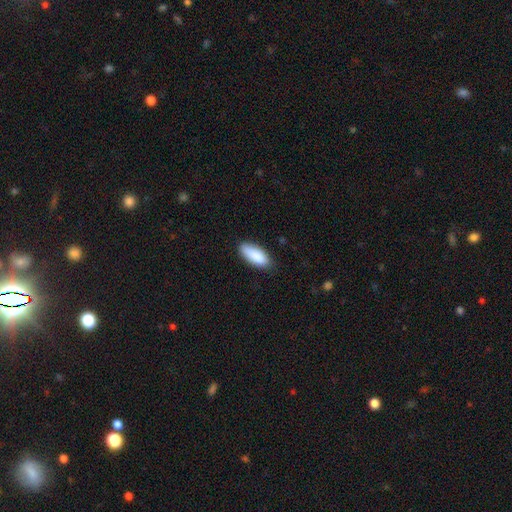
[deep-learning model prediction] Morphology: type=smooth (88%); roundness=in between (81%); merging=none (80%).